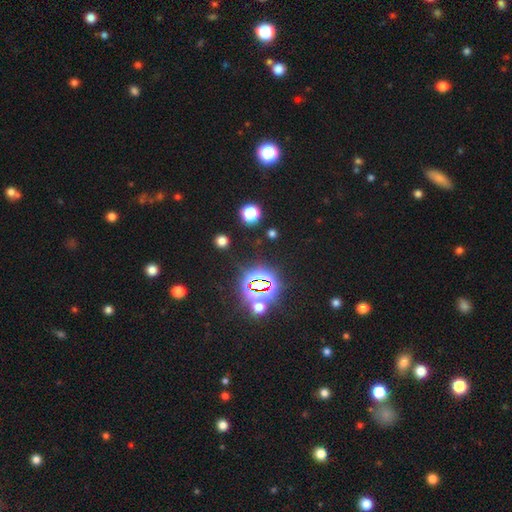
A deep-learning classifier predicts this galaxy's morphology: Overall: star or artifact (81%).